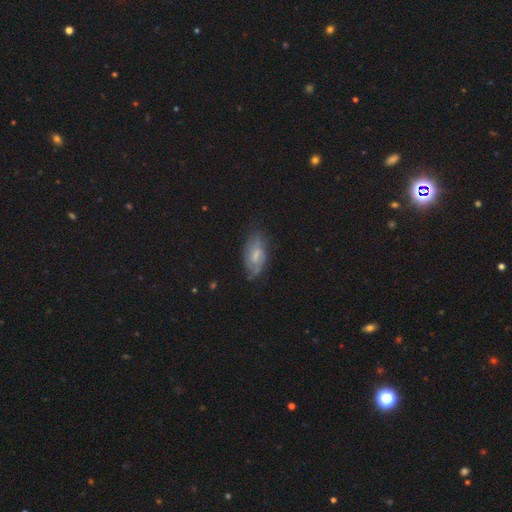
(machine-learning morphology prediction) Smooth or featured? Predicted: featured or disk (p=0.52). Edge-on disk? Predicted: no (p=0.92). Merging? Predicted: none (p=0.61).